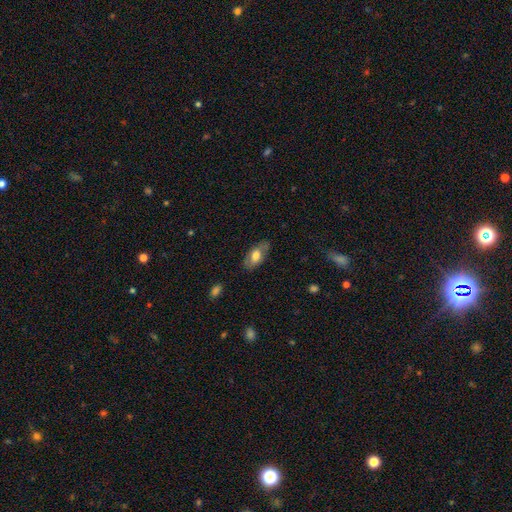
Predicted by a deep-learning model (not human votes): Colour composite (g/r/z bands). It shows a smooth galaxy with no disk features (65%) that is in between round and cigar-shaped (90%). Merging: none (72%).